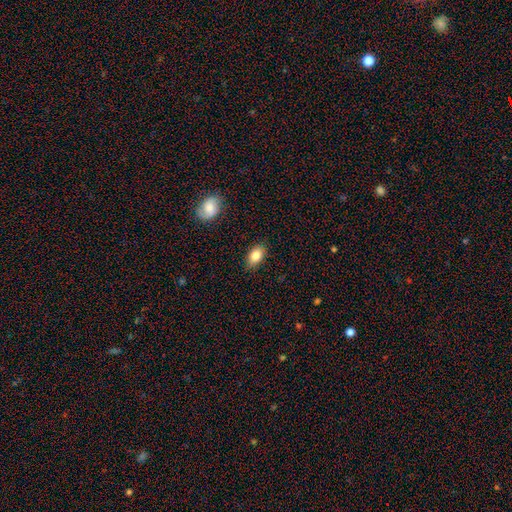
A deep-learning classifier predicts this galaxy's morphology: The model was most divided on "merging": none: 85%, minor disturbance: 11%, major disturbance: 2%, merger: 1%. More confident: how rounded — in between (90%); smooth or featured — smooth (83%).